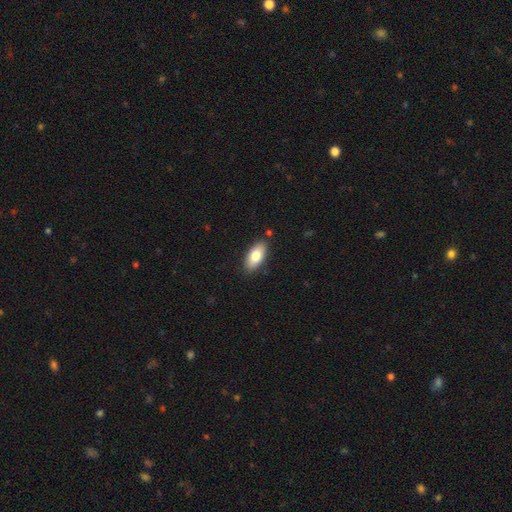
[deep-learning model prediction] A smooth galaxy with no disk features (79%) that is in between round and cigar-shaped (89%). Merging: none (86%).